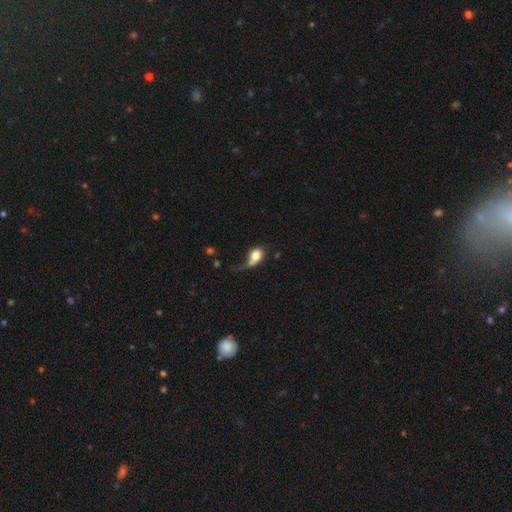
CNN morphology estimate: The model was most divided on "how rounded": in between: 58%, round: 40%, cigar-shaped: 3%. Remaining: smooth or featured — smooth (72%); merging — major disturbance (44%).